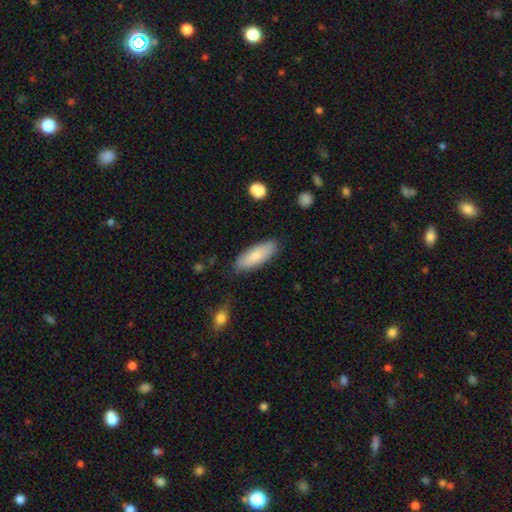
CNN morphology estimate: This is likely a smooth galaxy (80%). How rounded: likely in between (66%). Merging: clearly none (84%).